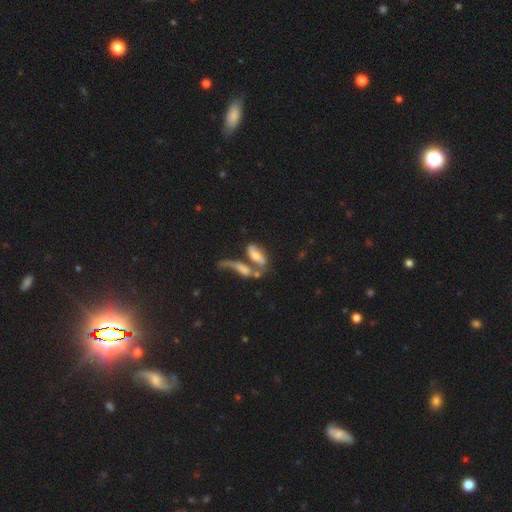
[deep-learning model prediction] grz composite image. It shows a featured or disk galaxy (50%). Merging: merger (55%).